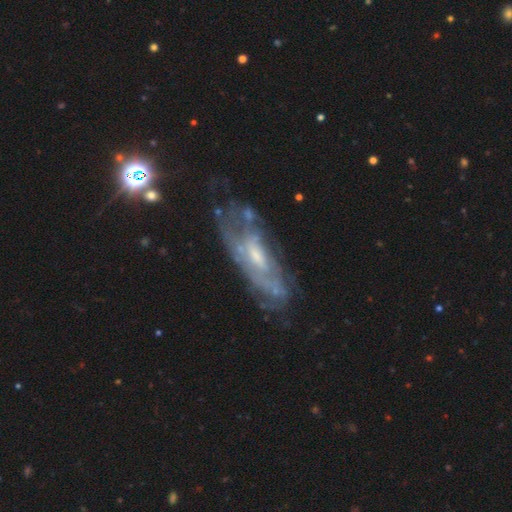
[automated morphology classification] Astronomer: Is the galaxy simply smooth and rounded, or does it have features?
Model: featured or disk — 74%.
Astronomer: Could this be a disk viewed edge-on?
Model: no — 81%.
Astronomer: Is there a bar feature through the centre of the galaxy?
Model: no — 52% (runner-up: weak, 39%).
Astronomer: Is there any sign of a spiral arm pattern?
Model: yes — 69%.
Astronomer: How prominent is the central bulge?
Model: small — 45% (runner-up: moderate, 42%).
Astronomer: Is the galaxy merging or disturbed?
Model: none — 59%.